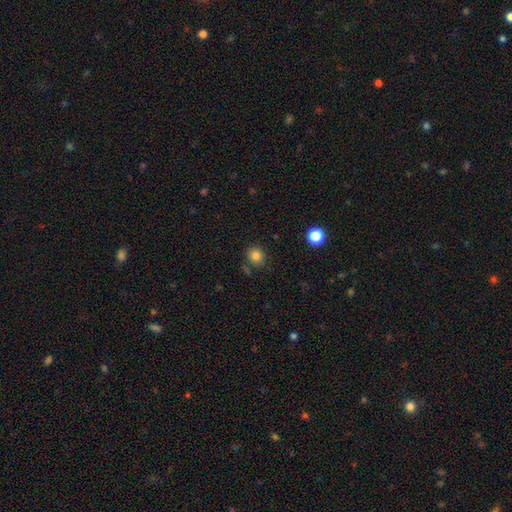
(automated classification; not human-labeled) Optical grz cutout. It shows a smooth galaxy with no disk features (82%) that is round (84%). Merging: none (81%).